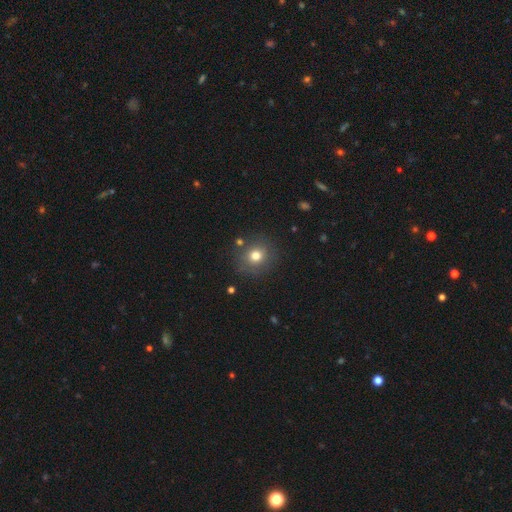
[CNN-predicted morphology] smooth 76%, star or artifact 14%, featured or disk 10%. Down the decision tree: how rounded — round (87%); merging — none (84%).